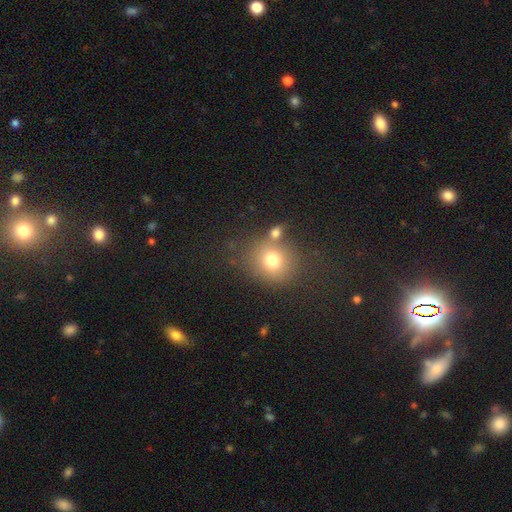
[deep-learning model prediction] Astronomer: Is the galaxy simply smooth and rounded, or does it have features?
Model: smooth — 57% (runner-up: star or artifact, 34%).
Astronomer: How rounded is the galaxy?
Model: round — 76%.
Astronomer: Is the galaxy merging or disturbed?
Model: none — 77%.